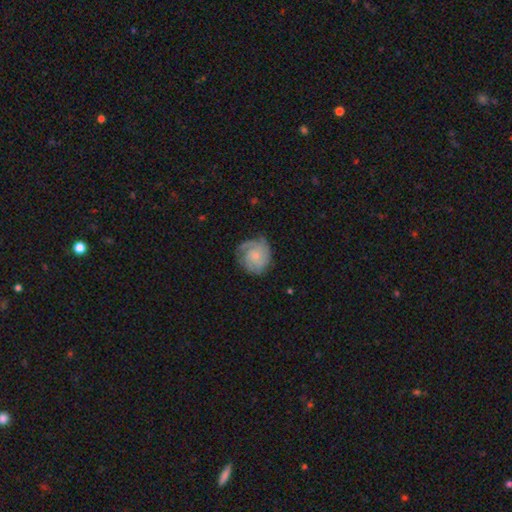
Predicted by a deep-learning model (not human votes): The model was most divided on "spiral arm count": can't tell: 33%, 3: 26%, 2: 19%, 4: 8%, 1: 8%, more than 4: 5%. More confident: edge-on disk — no (98%); spiral arms — yes (90%); bar — no (77%); bulge size — small (65%); merging — none (64%); smooth or featured — featured or disk (63%); spiral winding — tight (56%).